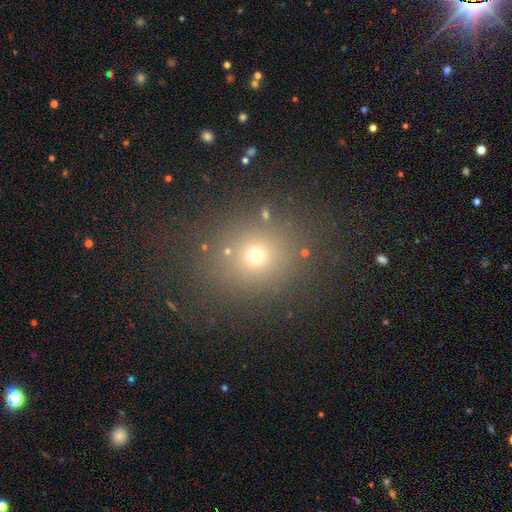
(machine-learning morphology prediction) Overall: smooth (66%). How rounded: round (78%). Merging: none (82%).